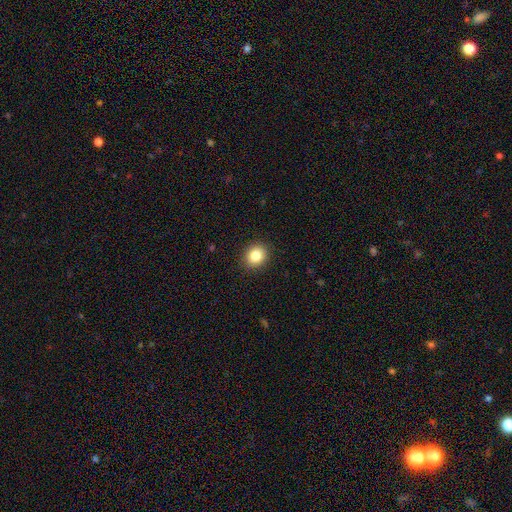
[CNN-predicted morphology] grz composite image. It shows a smooth galaxy with no disk features (84%) that is round (73%). Merging: none (91%).